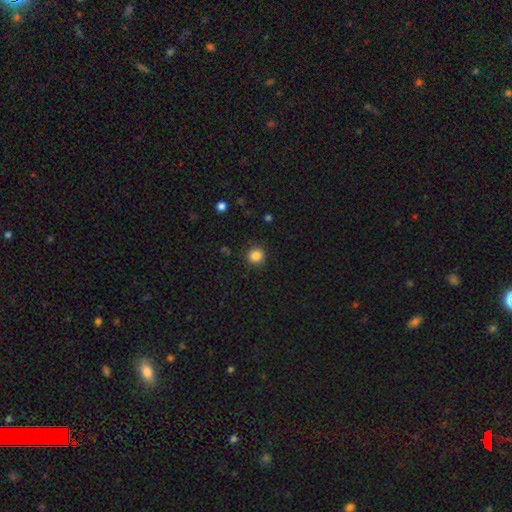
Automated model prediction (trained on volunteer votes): This appears to be a smooth galaxy with no disk features (86%) that is round (87%). Merging: none (87%).